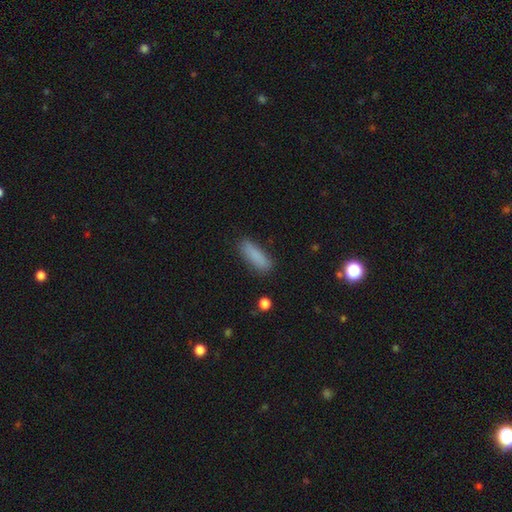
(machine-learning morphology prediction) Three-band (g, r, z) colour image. It shows a smooth galaxy with no disk features (85%) that is cigar-shaped (54%). Merging: none (82%).